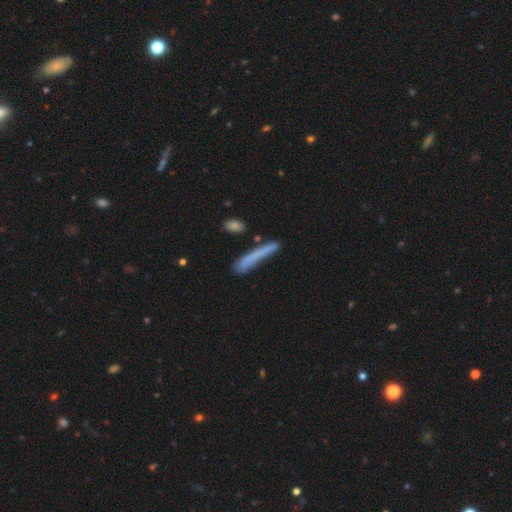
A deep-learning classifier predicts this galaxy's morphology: smooth-or-featured: smooth: 68% | featured or disk: 24% | star or artifact: 9%
  how-rounded: cigar-shaped: 94% | in between: 4% | round: 2%
  merging: none: 69% | minor disturbance: 17% | merger: 8% | major disturbance: 6%